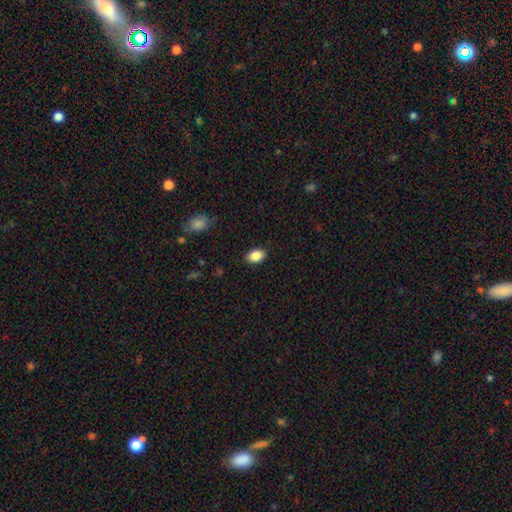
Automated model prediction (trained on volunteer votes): Overall: smooth (87%). How rounded: in between (81%). Merging: none (88%).